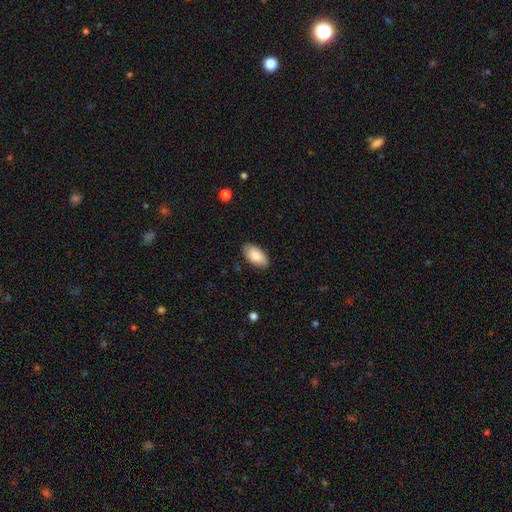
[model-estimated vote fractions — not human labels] Smooth or featured? Predicted: smooth (p=0.87). How rounded? Predicted: in between (p=0.95). Merging? Predicted: none (p=0.85).